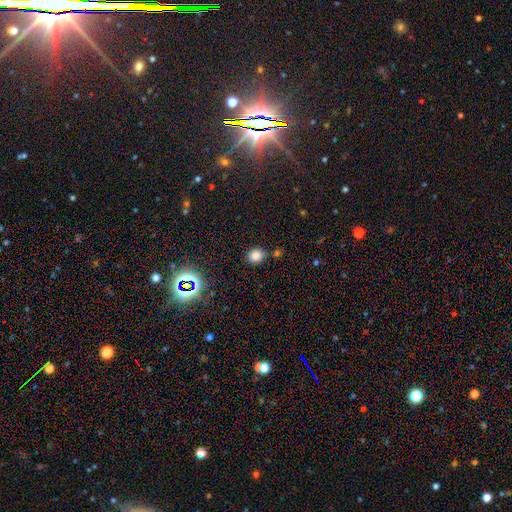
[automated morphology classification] Smooth or featured: smooth — 78% (star or artifact — 16%)
How rounded: round — 79% (in between — 20%)
Merging: none — 77% (minor disturbance — 11%)